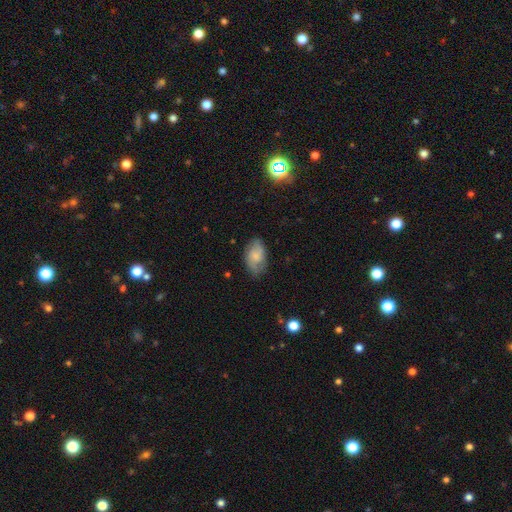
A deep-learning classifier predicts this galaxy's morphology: Smooth or featured: smooth — 62% (featured or disk — 31%)
How rounded: in between — 92% (round — 6%)
Merging: none — 70% (minor disturbance — 23%)